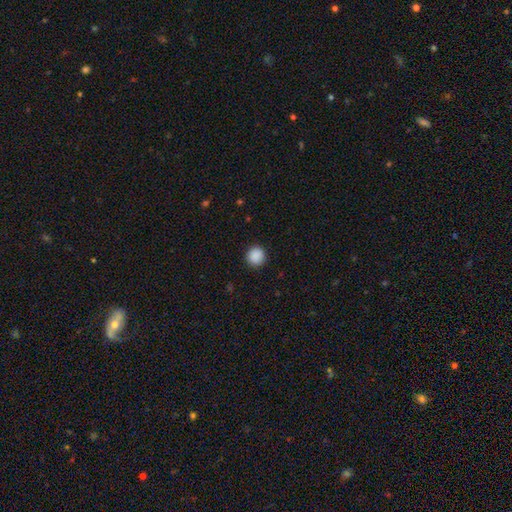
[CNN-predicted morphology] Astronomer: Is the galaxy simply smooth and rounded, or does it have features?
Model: smooth — 89%.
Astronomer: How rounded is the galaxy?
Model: round — 94%.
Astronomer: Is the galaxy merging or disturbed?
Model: none — 91%.